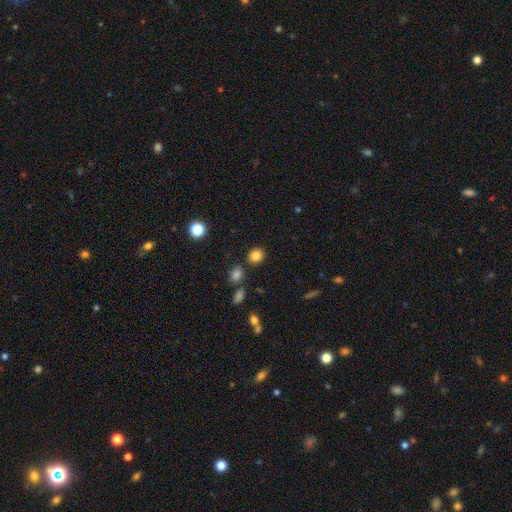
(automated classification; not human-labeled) The model was most divided on "how rounded": round: 77%, in between: 22%, cigar-shaped: 1%. More confident: merging — none (84%); smooth or featured — smooth (84%).